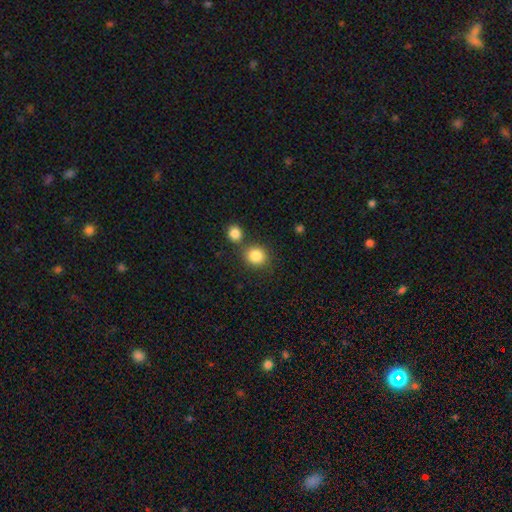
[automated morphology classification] This appears to be a smooth galaxy with no disk features (85%) that is round (81%). Merging: none (68%).